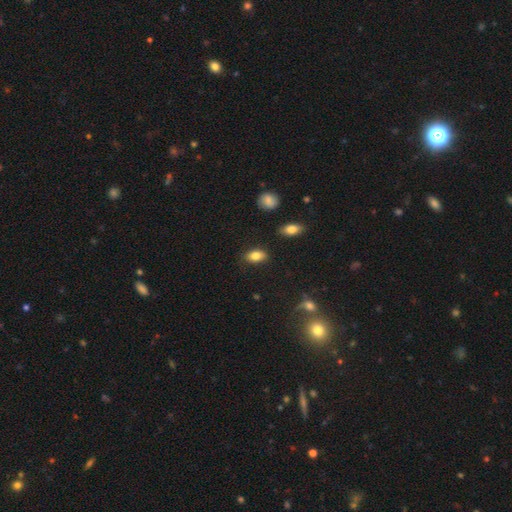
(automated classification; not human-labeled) smooth-or-featured: smooth: 83% | featured or disk: 9% | star or artifact: 8%
  how-rounded: in between: 88% | round: 10% | cigar-shaped: 2%
  merging: none: 83% | minor disturbance: 12% | major disturbance: 3% | merger: 2%